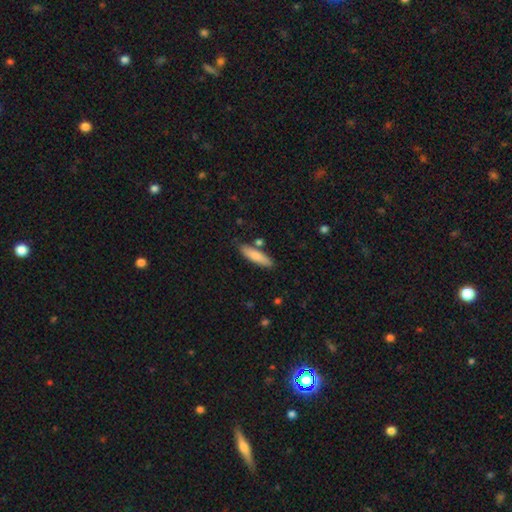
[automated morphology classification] This appears to be a smooth galaxy with no disk features (80%) that is cigar-shaped (68%). Merging: none (81%).